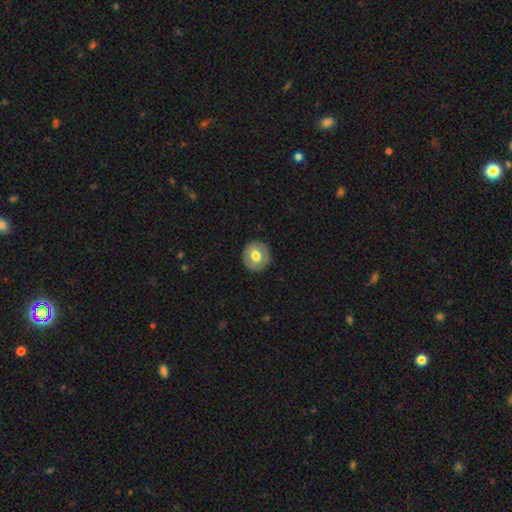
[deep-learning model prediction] smooth-or-featured: smooth: 64% | featured or disk: 29% | star or artifact: 7%
  how-rounded: round: 89% | in between: 10% | cigar-shaped: 1%
  merging: none: 88% | minor disturbance: 9% | major disturbance: 3% | merger: 1%